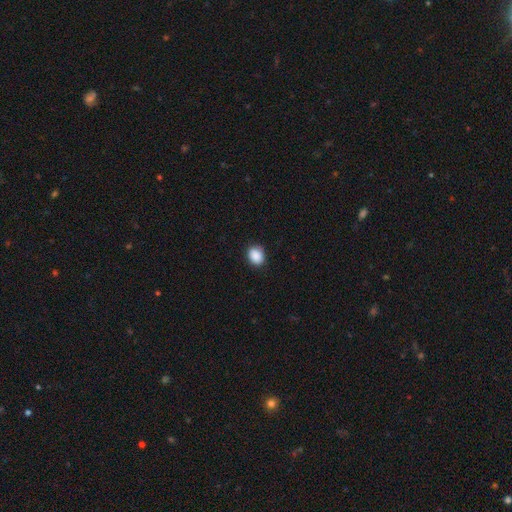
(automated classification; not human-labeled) A smooth galaxy with no disk features (89%) that is round (54%). Merging: none (84%).